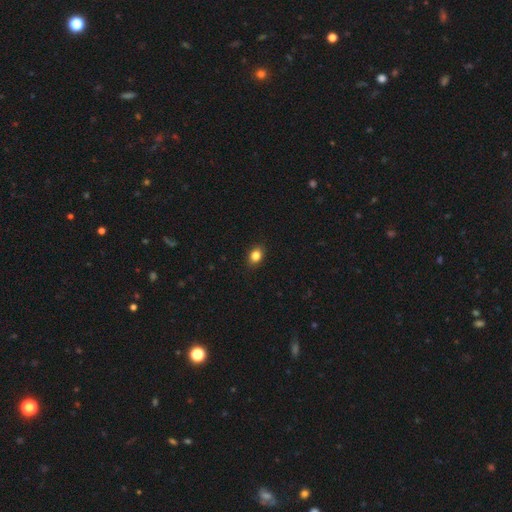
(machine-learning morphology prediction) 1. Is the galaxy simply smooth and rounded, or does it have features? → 84% smooth, 10% star or artifact, 6% featured or disk.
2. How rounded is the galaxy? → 62% in between, 37% round, 1% cigar-shaped.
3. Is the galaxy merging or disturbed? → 89% none, 9% minor disturbance, 2% major disturbance, 1% merger.